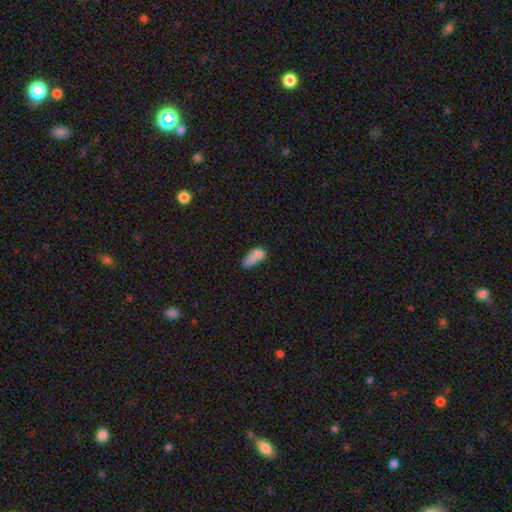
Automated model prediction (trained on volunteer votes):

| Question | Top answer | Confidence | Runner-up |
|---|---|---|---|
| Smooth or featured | smooth | 78% | featured or disk (12%) |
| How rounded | in between | 79% | cigar-shaped (16%) |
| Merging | minor disturbance | 33% | none (32%) |